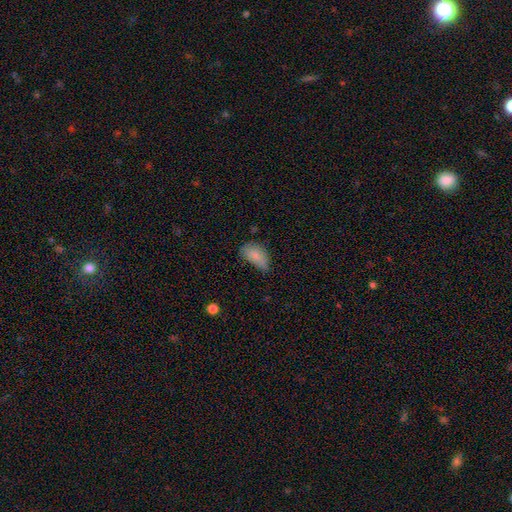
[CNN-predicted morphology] Q: Smooth or featured?
A: smooth (82%); runner-up: featured or disk (10%)
Q: How rounded?
A: in between (92%); runner-up: round (6%)
Q: Merging?
A: none (43%); runner-up: minor disturbance (41%)